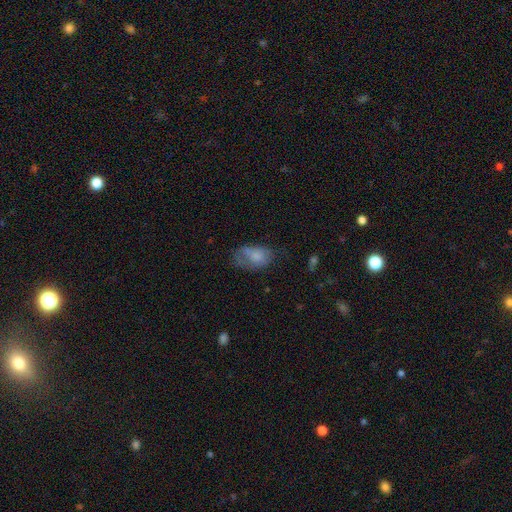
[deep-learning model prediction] smooth 71%, featured or disk 20%, star or artifact 9%. Down the decision tree: how rounded — in between (89%); merging — none (37%).